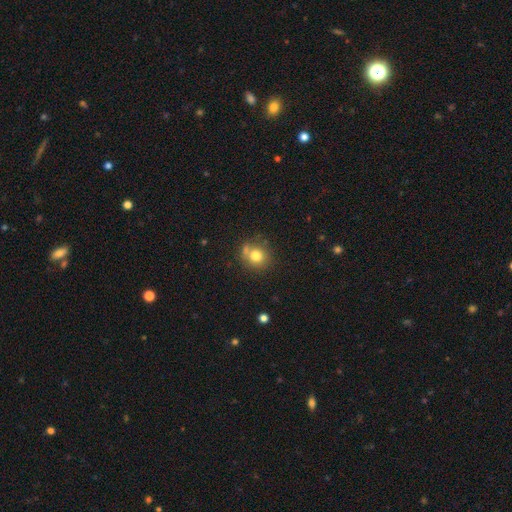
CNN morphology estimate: Smooth or featured?
  - smooth: 77% *
  - star or artifact: 12%
  - featured or disk: 11%
How rounded?
  - round: 81% *
  - in between: 18%
  - cigar-shaped: 1%
Merging?
  - none: 64% *
  - merger: 16%
  - minor disturbance: 15%
  - major disturbance: 5%